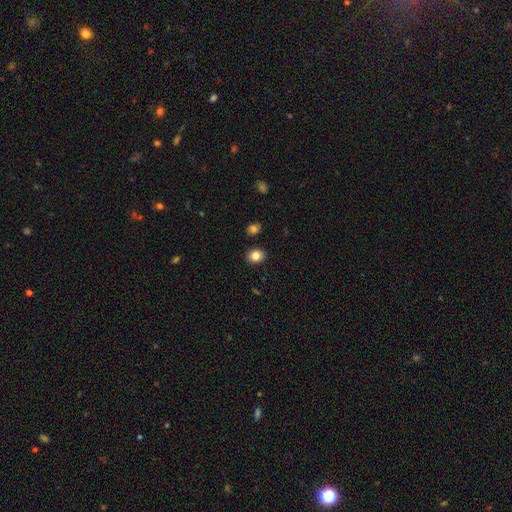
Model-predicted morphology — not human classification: This is clearly a smooth galaxy (84%). How rounded: possibly round (54%). Merging: clearly none (88%).